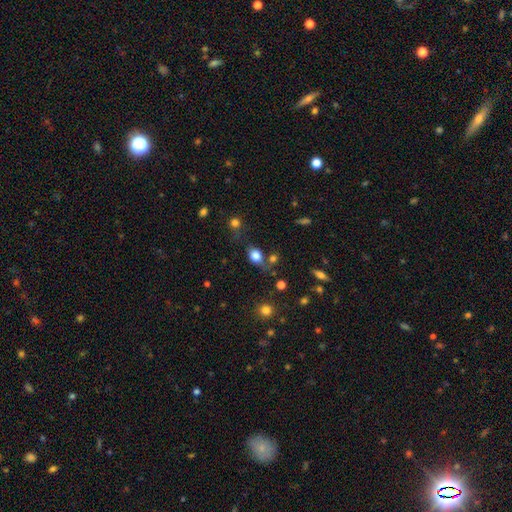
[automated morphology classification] This appears to be a smooth galaxy with no disk features (80%) that is in between round and cigar-shaped (58%). Merging: none (57%).